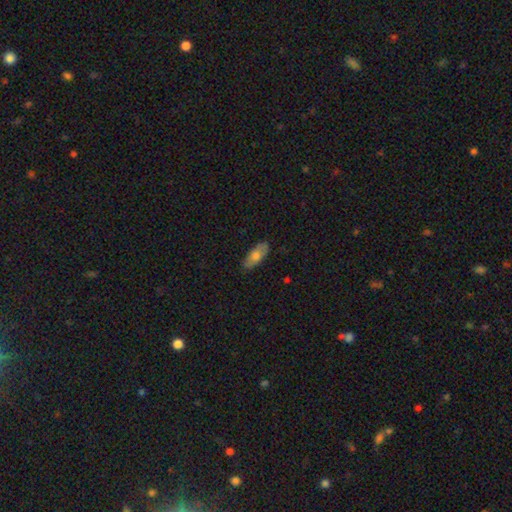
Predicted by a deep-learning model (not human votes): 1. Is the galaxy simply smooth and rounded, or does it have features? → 69% smooth, 24% featured or disk, 6% star or artifact.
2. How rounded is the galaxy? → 78% in between, 20% cigar-shaped, 3% round.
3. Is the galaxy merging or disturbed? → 85% none, 12% minor disturbance, 2% major disturbance, 1% merger.